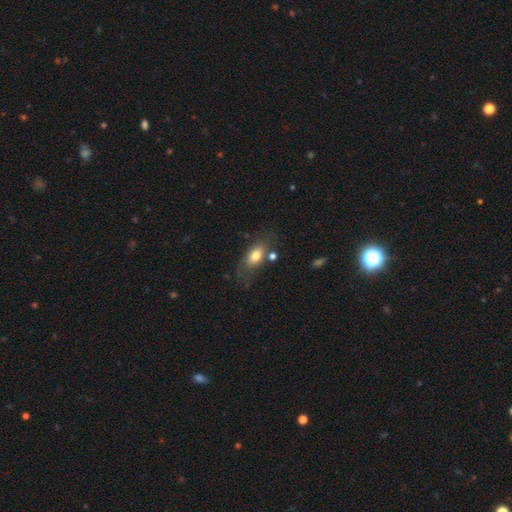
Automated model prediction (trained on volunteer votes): This is likely a smooth galaxy (73%). How rounded: clearly in between (85%). Merging: likely none (62%).